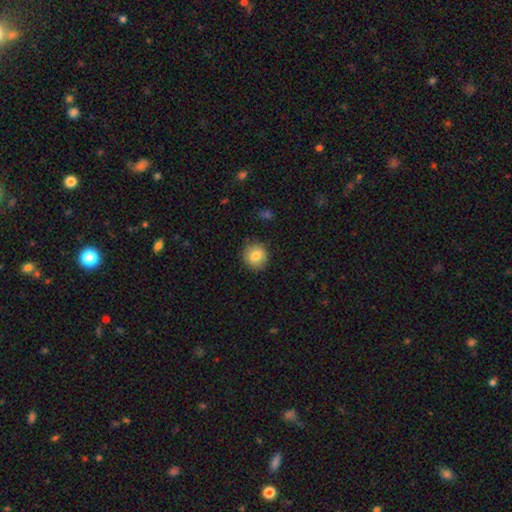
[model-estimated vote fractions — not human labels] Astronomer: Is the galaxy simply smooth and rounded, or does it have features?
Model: smooth — 81%.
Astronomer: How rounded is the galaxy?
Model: round — 89%.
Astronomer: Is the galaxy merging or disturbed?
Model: none — 87%.